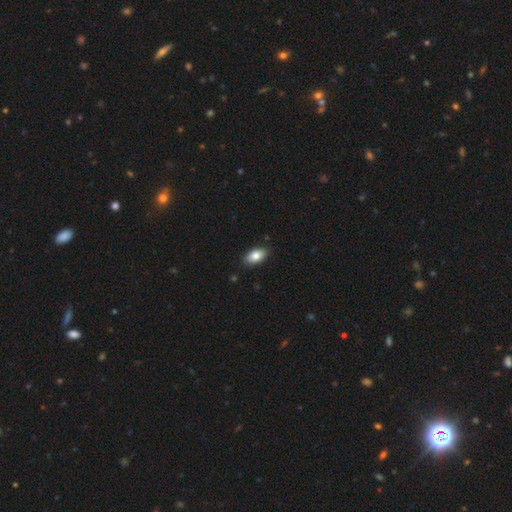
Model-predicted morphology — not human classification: Smooth or featured?
  - smooth: 84% *
  - featured or disk: 9%
  - star or artifact: 7%
How rounded?
  - in between: 93% *
  - round: 4%
  - cigar-shaped: 2%
Merging?
  - none: 87% *
  - minor disturbance: 10%
  - major disturbance: 2%
  - merger: 1%